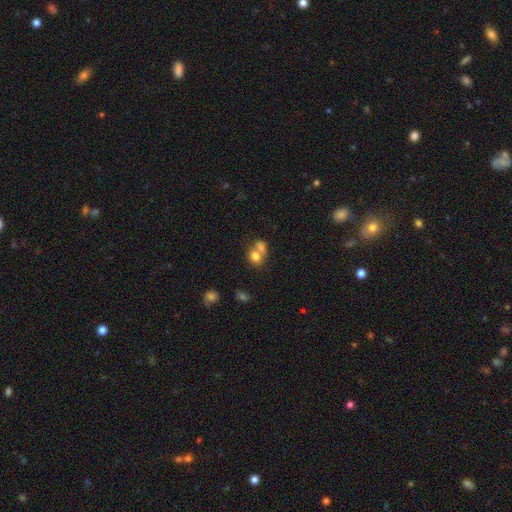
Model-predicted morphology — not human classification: smooth_or_featured: smooth (p=0.75) [alt: featured or disk p=0.14]
how_rounded: round (p=0.56) [alt: in between p=0.43]
merging: merger (p=0.62) [alt: none p=0.27]